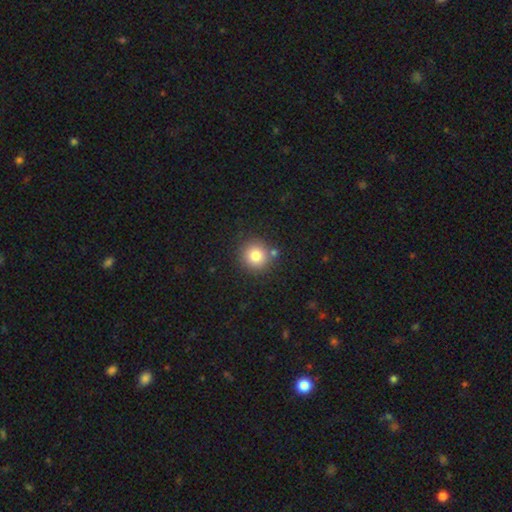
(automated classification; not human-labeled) Smooth or featured? smooth (80%)
How rounded? round (92%)
Merging? none (80%)